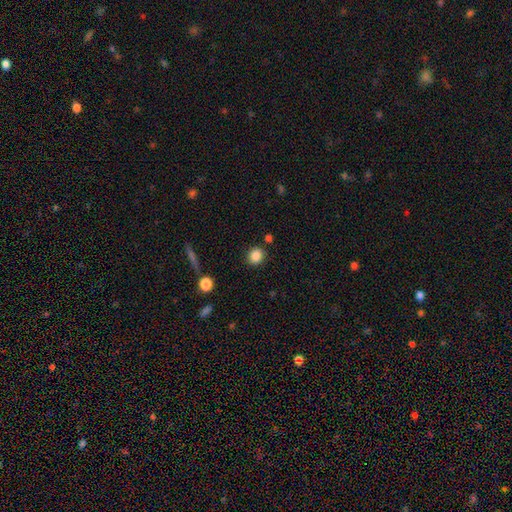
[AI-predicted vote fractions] This appears to be a smooth galaxy with no disk features (86%) that is round (77%). Merging: none (86%).